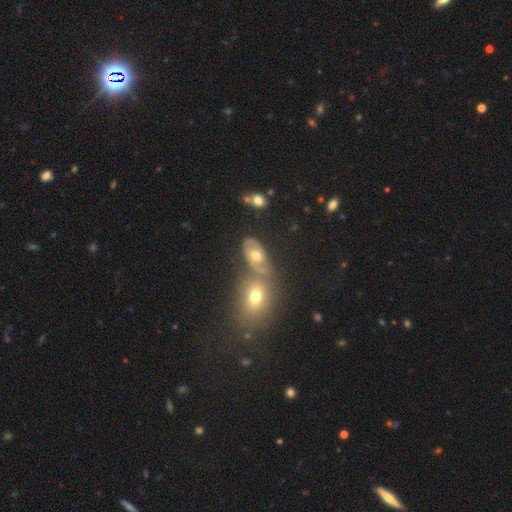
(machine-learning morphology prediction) A featured or disk galaxy (56%) with no bar (72%), spiral arms (60%) and a moderate central bulge (70%). Merging: none (51%).